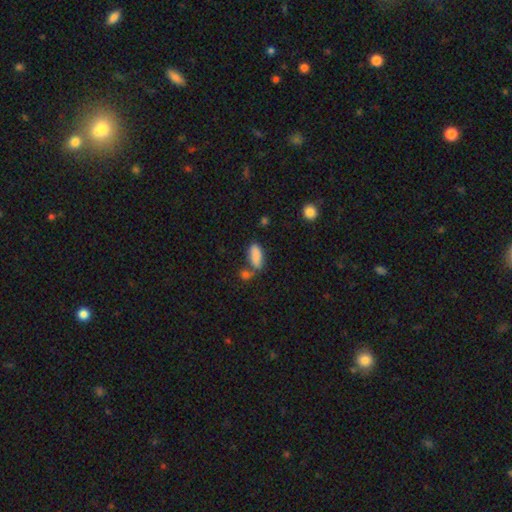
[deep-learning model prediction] Smooth or featured?
  - smooth: 85% *
  - star or artifact: 8%
  - featured or disk: 7%
How rounded?
  - in between: 81% *
  - cigar-shaped: 16%
  - round: 3%
Merging?
  - none: 48% *
  - merger: 29%
  - minor disturbance: 16%
  - major disturbance: 7%